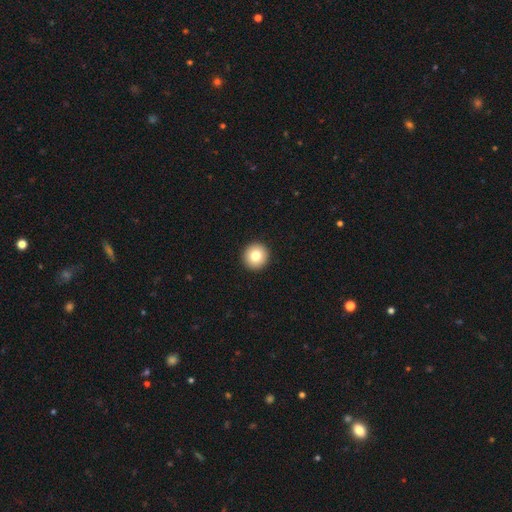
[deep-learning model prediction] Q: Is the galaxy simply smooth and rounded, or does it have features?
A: smooth — 81%.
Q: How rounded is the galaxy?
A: round — 96%.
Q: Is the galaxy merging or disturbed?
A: none — 94%.